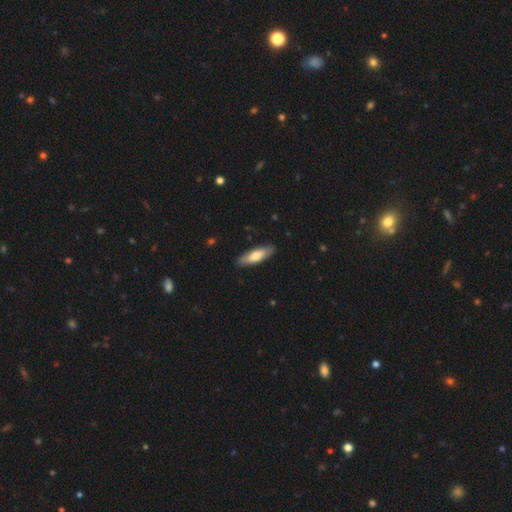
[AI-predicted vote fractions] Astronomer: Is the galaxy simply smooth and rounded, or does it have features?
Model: smooth — 70%.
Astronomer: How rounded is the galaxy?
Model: cigar-shaped — 51% (runner-up: in between, 47%).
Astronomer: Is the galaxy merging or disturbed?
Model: none — 87%.